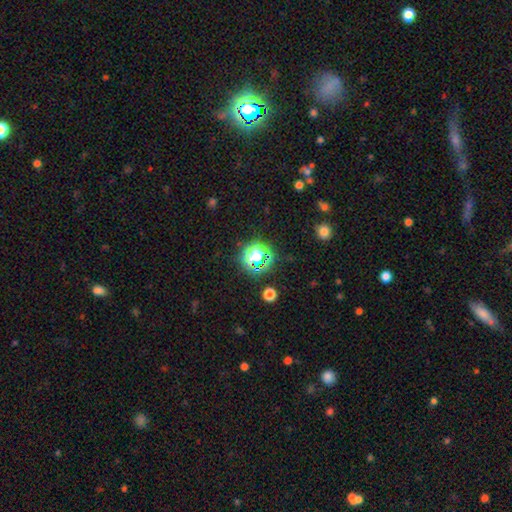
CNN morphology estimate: Smooth or featured? star or artifact (56%)